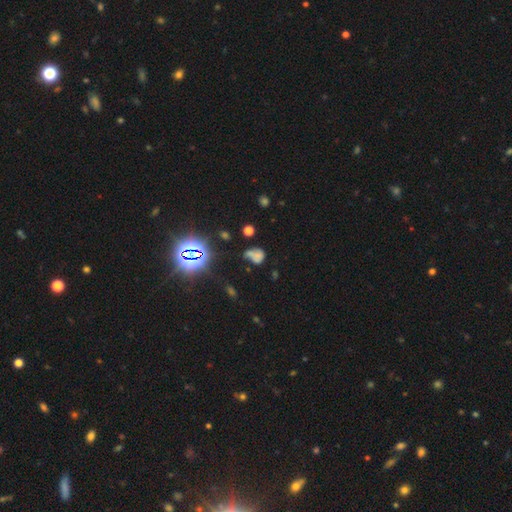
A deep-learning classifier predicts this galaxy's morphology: The model was most divided on "merging": none: 30%, major disturbance: 24%, merger: 23%, minor disturbance: 22%. Remaining: smooth or featured — smooth (49%).